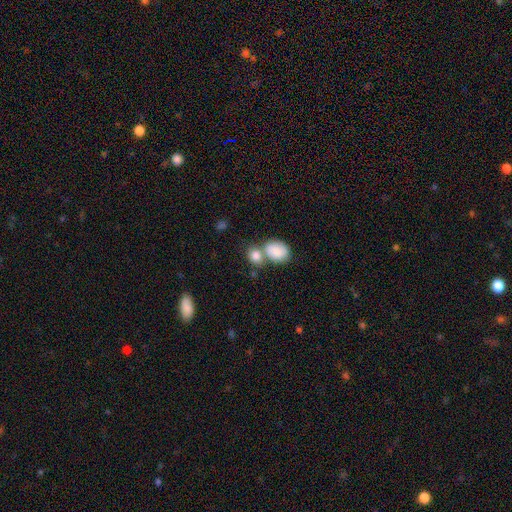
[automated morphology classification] type=smooth (82%); roundness=in between (52%); merging=merger (56%).